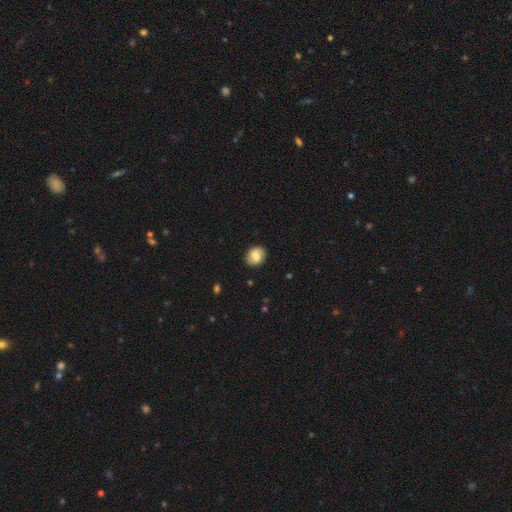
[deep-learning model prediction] A smooth galaxy with no disk features (66%) that is round (59%). Merging: none (86%).